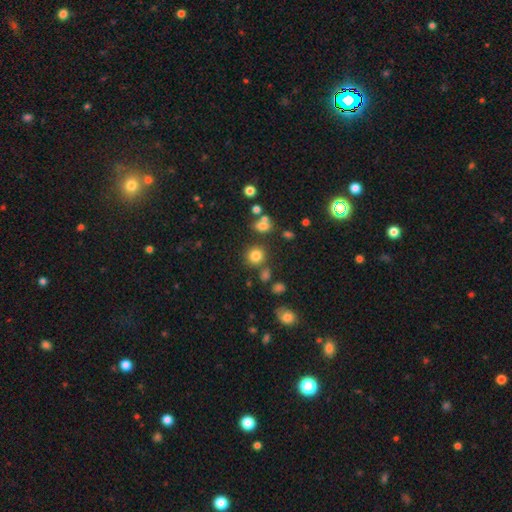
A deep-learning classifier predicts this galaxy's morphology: Overall: smooth (79%). How rounded: round (87%). Merging: none (76%).